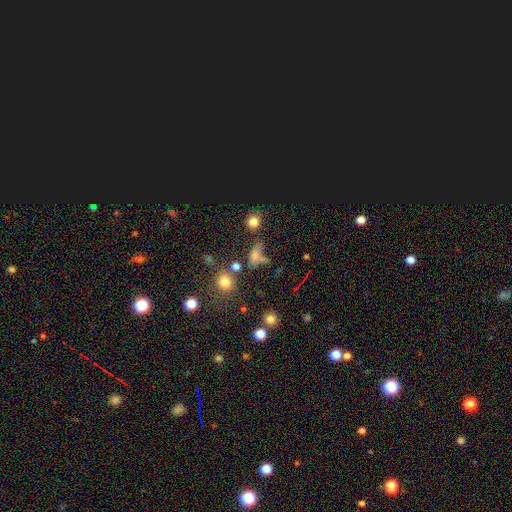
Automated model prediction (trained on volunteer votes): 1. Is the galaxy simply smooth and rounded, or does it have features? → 61% smooth, 21% star or artifact, 17% featured or disk.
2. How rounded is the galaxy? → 52% in between, 25% round, 24% cigar-shaped.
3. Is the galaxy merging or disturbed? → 46% none, 21% merger, 18% minor disturbance, 14% major disturbance.